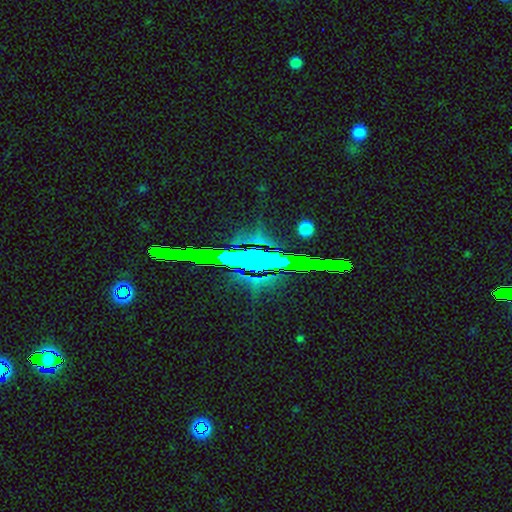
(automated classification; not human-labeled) Smooth or featured? Predicted: star or artifact (p=0.75).